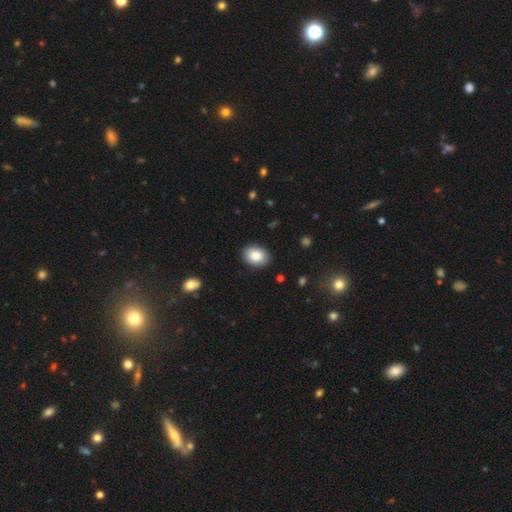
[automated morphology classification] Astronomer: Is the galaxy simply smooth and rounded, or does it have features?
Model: smooth — 87%.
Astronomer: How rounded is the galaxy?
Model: in between — 77%.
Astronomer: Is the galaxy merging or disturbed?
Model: none — 88%.